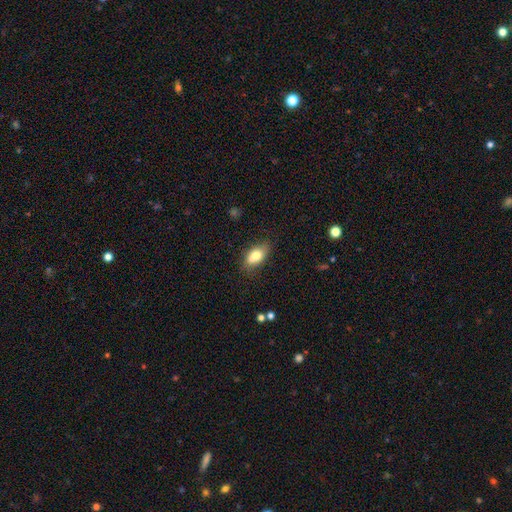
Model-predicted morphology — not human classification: Smooth or featured: smooth — 76% (featured or disk — 15%)
How rounded: in between — 87% (round — 8%)
Merging: none — 68% (minor disturbance — 21%)